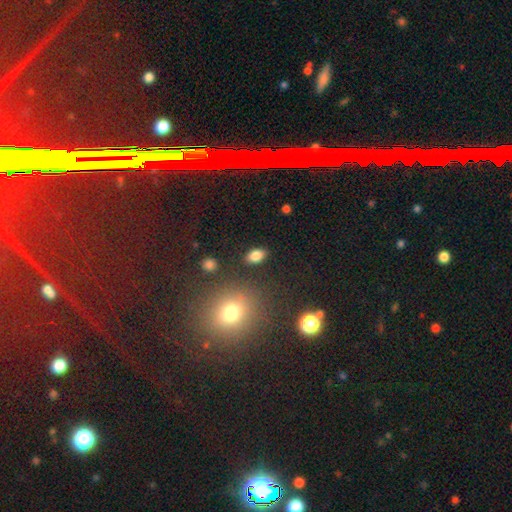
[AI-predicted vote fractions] A smooth galaxy with no disk features (83%) that is in between round and cigar-shaped (89%). Merging: none (86%).